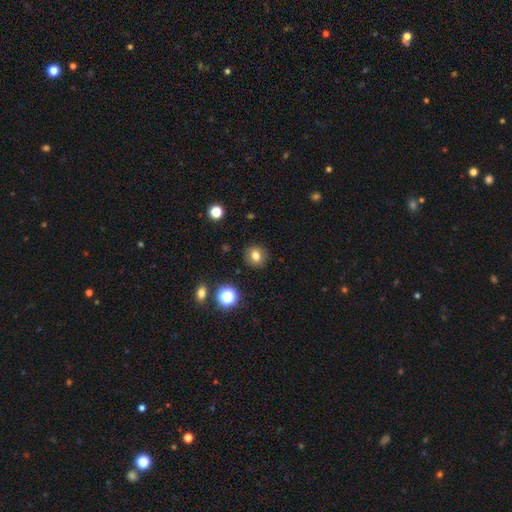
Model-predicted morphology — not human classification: smooth 78%, star or artifact 13%, featured or disk 9%. Down the decision tree: how rounded — round (76%); merging — none (88%).